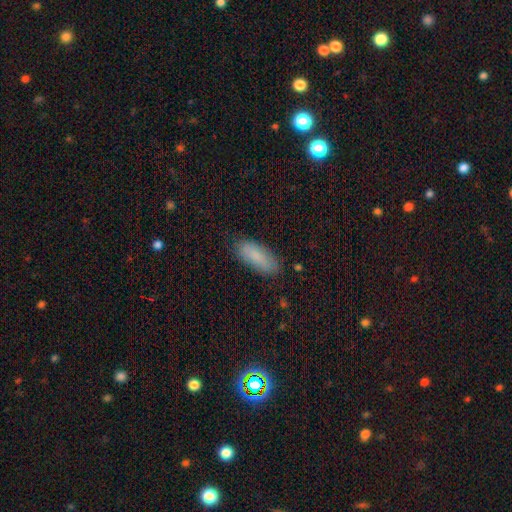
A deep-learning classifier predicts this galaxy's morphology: Q: Smooth or featured?
A: smooth (85%); runner-up: featured or disk (8%)
Q: How rounded?
A: in between (72%); runner-up: cigar-shaped (26%)
Q: Merging?
A: none (83%); runner-up: minor disturbance (13%)